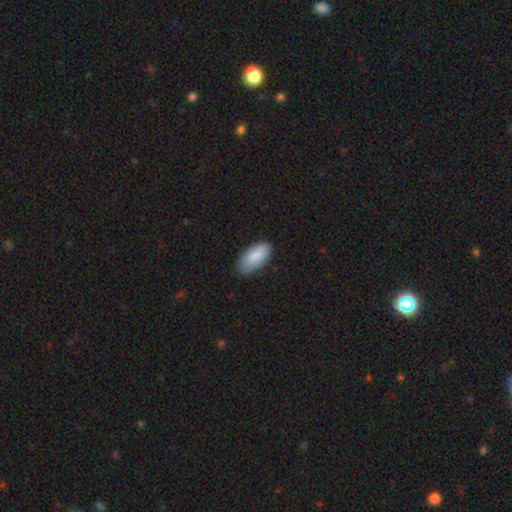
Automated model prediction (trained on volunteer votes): The model was most divided on "merging": none: 75%, minor disturbance: 21%, major disturbance: 3%, merger: 1%. More confident: how rounded — in between (92%); smooth or featured — smooth (87%).